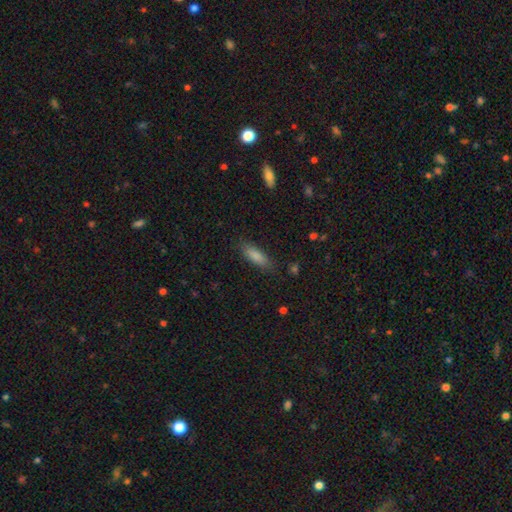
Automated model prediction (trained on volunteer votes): smooth_or_featured: smooth (p=0.85) [alt: featured or disk p=0.08]
how_rounded: in between (p=0.56) [alt: cigar-shaped p=0.42]
merging: none (p=0.83) [alt: minor disturbance p=0.13]